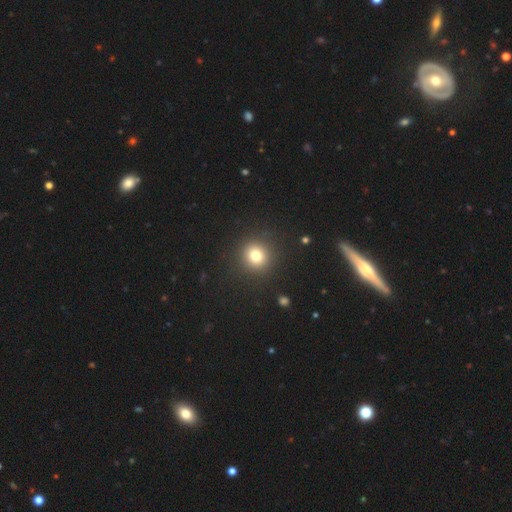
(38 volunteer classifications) Overall: smooth (87%). How rounded: round (97%). Merging: none (94%).